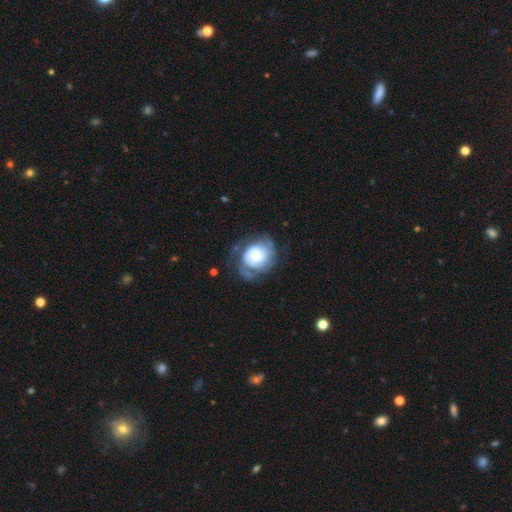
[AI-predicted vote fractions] A featured or disk galaxy (62%) with no bar (78%), 2 (45%) tight (52%) spiral arms (83%) and a large central bulge (33%). Merging: none (51%).